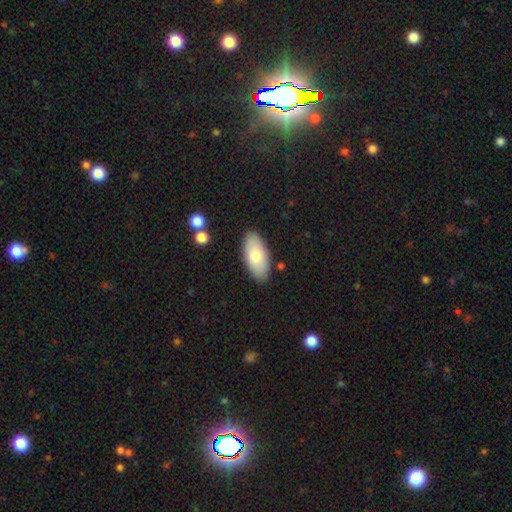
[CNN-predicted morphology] Smooth or featured? Predicted: smooth (p=0.77). How rounded? Predicted: in between (p=0.92). Merging? Predicted: none (p=0.86).